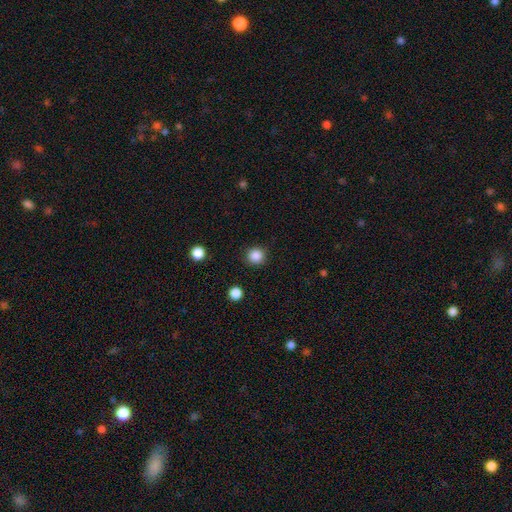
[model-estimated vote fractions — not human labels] Overall: smooth (87%). How rounded: round (94%). Merging: none (91%).